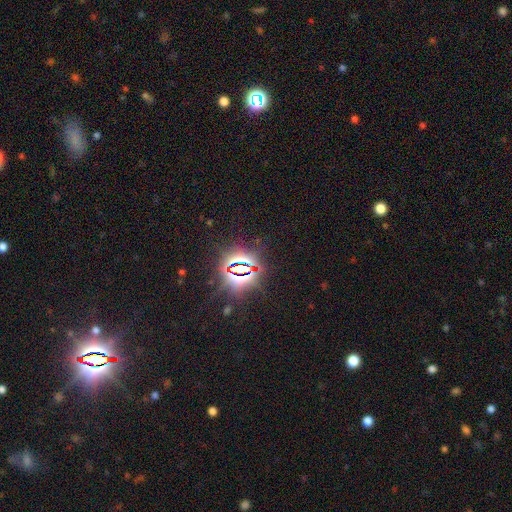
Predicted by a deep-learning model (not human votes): Morphology: type=star or artifact (84%).